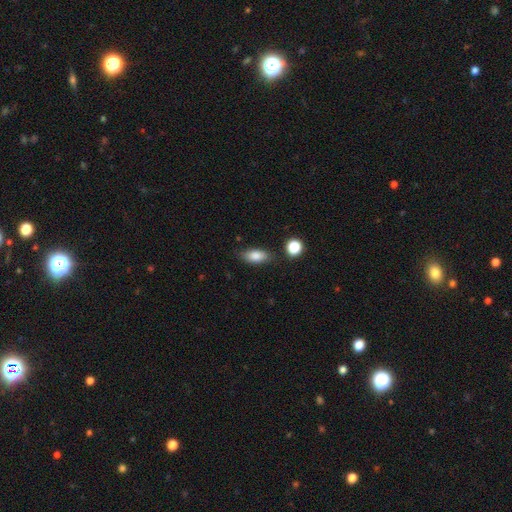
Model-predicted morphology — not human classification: This appears to be a smooth galaxy with no disk features (84%) that is in between round and cigar-shaped (85%). Merging: none (81%).